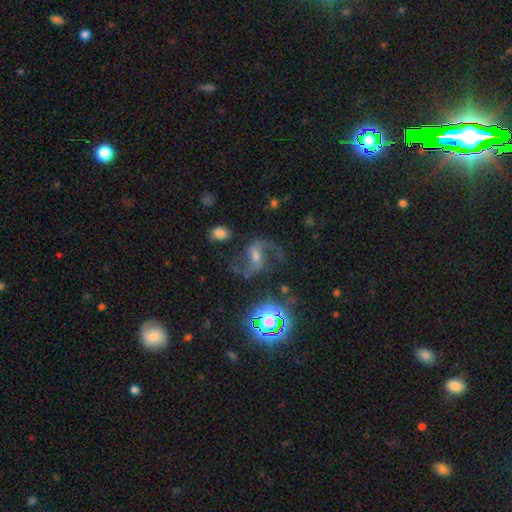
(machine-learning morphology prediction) Smooth or featured? featured or disk (77%)
Edge-on disk? no (97%)
Bar? weak (43%)
Spiral arms? yes (95%)
Spiral winding? loose (64%)
Spiral arm count? 2 (91%)
Bulge size? moderate (45%)
Merging? none (68%)